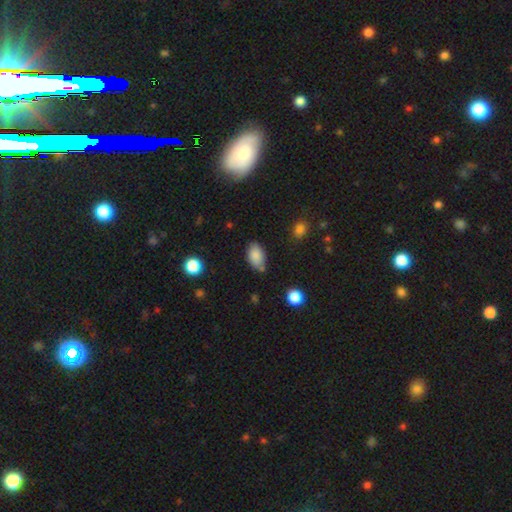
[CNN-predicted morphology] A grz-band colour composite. It shows a smooth galaxy with no disk features (85%) that is in between round and cigar-shaped (90%). Merging: none (66%).